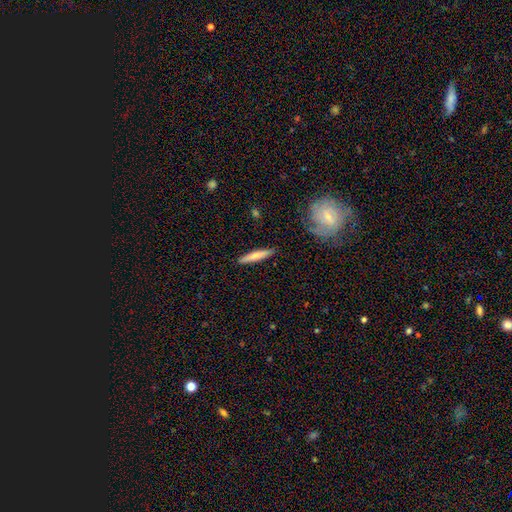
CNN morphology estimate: A smooth galaxy with no disk features (68%) that is cigar-shaped (90%).

Vote fractions:
- Smooth or featured? smooth: 68% / featured or disk: 26% / star or artifact: 6%
- How rounded? cigar-shaped: 90% / in between: 9% / round: 1%
- Merging? none: 89% / minor disturbance: 8% / major disturbance: 2% / merger: 2%